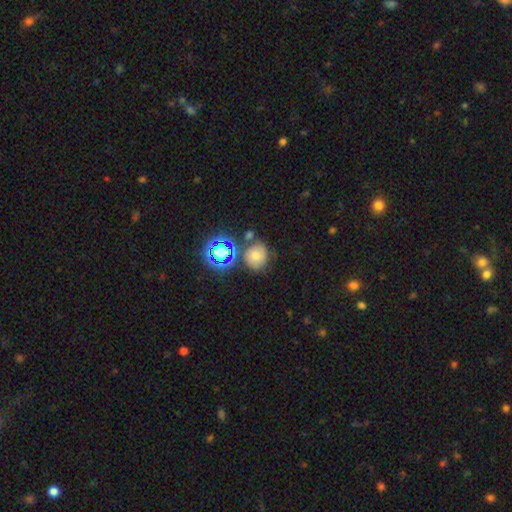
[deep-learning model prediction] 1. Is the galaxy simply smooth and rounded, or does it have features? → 62% smooth, 23% star or artifact, 16% featured or disk.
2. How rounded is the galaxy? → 78% round, 21% in between, 1% cigar-shaped.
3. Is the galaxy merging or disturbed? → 65% none, 16% minor disturbance, 14% merger, 6% major disturbance.